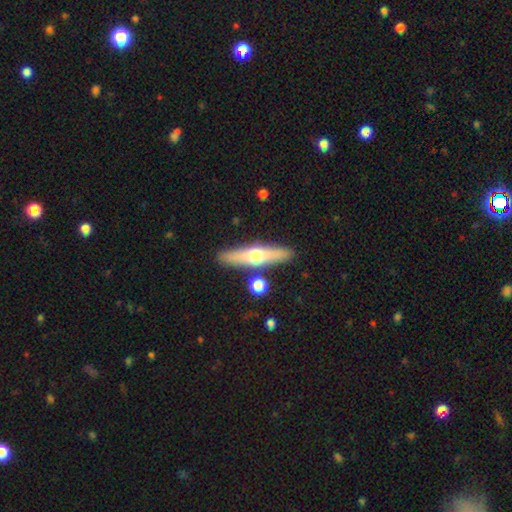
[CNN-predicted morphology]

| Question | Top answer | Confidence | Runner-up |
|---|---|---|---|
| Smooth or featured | featured or disk | 55% | smooth (39%) |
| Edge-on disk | yes | 91% | no (9%) |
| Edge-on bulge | rounded | 93% | none (4%) |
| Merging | none | 86% | minor disturbance (8%) |